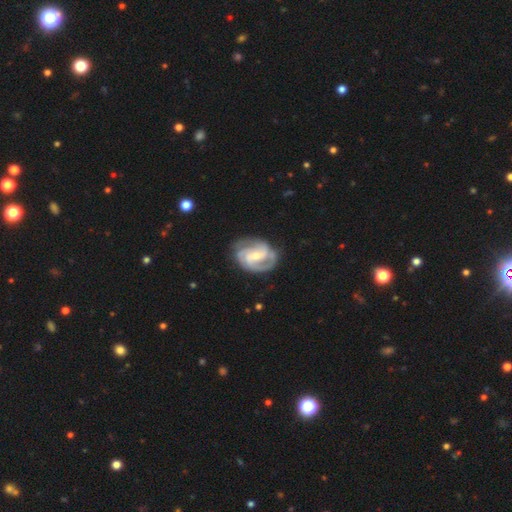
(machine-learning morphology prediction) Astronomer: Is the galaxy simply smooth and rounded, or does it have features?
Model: featured or disk — 88%.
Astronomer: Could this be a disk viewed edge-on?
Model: no — 98%.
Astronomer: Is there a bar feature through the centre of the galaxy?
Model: weak — 47% (runner-up: no, 35%).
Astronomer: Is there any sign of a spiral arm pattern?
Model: yes — 97%.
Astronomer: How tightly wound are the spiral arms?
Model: medium — 46% (runner-up: tight, 44%).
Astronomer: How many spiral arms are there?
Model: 2 — 47% (runner-up: 3, 29%).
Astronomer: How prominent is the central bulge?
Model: small — 54% (runner-up: moderate, 41%).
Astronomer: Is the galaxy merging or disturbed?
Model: none — 70%.